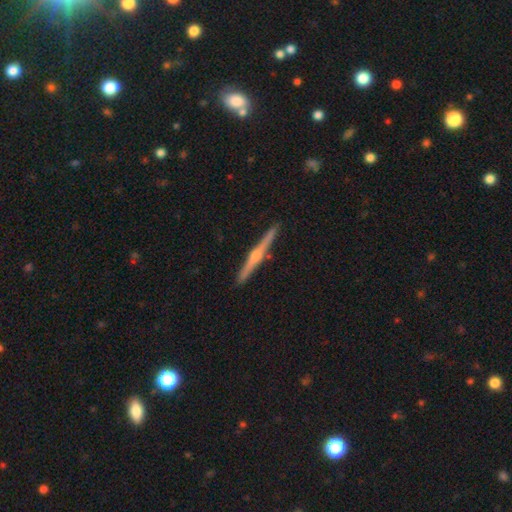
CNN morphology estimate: smooth-or-featured: featured or disk: 77% | smooth: 17% | star or artifact: 7%
  disk-edge-on: yes: 98% | no: 2%
    edge-on-bulge: rounded: 85% | none: 10% | boxy: 5%
  merging: none: 90% | minor disturbance: 7% | major disturbance: 1% | merger: 1%